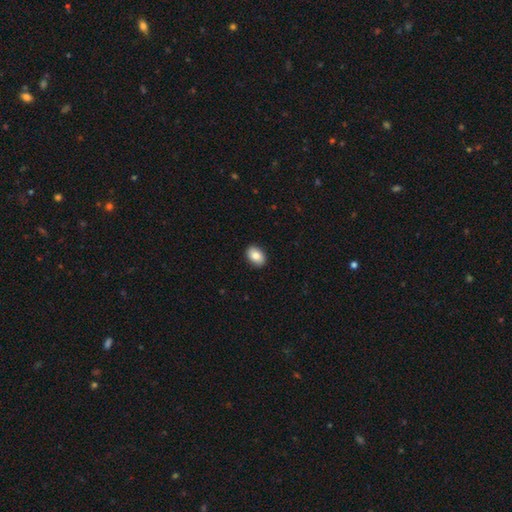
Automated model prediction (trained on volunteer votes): This appears to be a smooth galaxy with no disk features (84%) that is in between round and cigar-shaped (82%). Merging: none (91%).